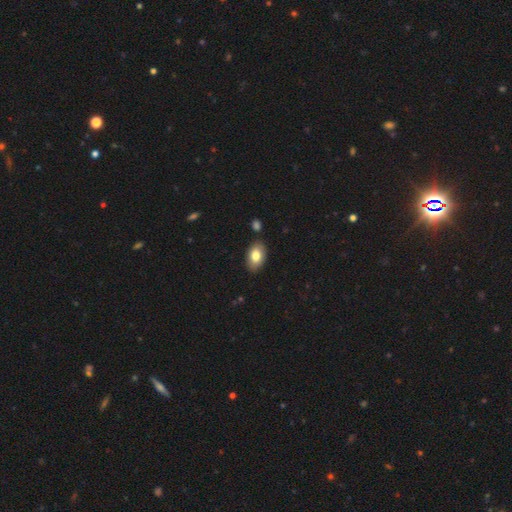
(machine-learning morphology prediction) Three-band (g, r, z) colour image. It shows a smooth galaxy with no disk features (80%) that is in between round and cigar-shaped (91%). Merging: none (84%).